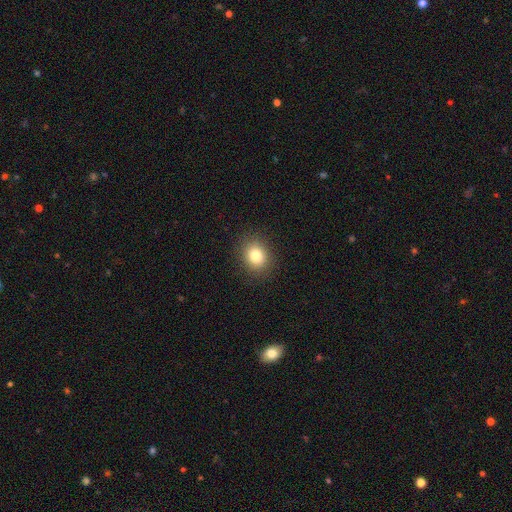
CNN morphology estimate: A smooth galaxy with no disk features (82%) that is round (64%).

Vote fractions:
- Smooth or featured? smooth: 82% / star or artifact: 11% / featured or disk: 7%
- How rounded? round: 64% / in between: 35% / cigar-shaped: 1%
- Merging? none: 90% / minor disturbance: 7% / major disturbance: 3% / merger: 1%